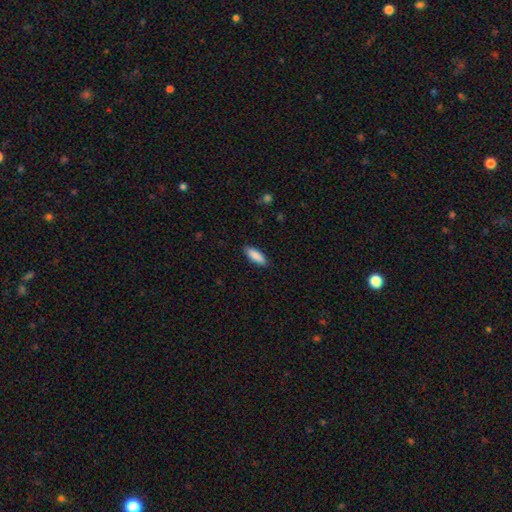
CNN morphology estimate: type=smooth (89%); roundness=in between (64%); merging=none (88%).